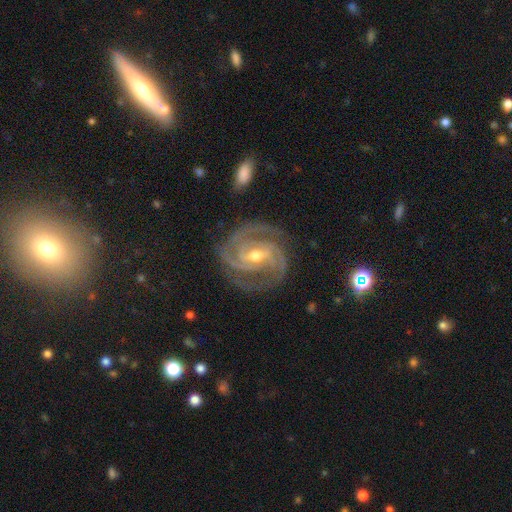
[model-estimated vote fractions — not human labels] The model was most divided on "bar": weak: 44%, strong: 36%, no: 20%. Remaining: spiral arms — yes (99%); edge-on disk — no (98%); smooth or featured — featured or disk (93%); merging — none (79%); spiral winding — tight (60%); bulge size — moderate (60%); spiral arm count — 3 (47%).